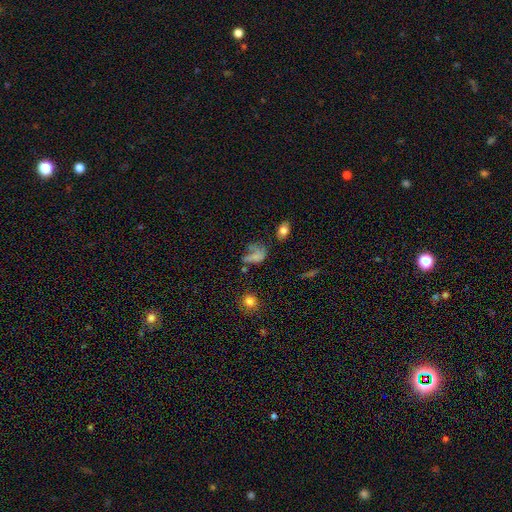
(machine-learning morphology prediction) type=smooth (51%); roundness=in between (68%); merging=major disturbance (42%).